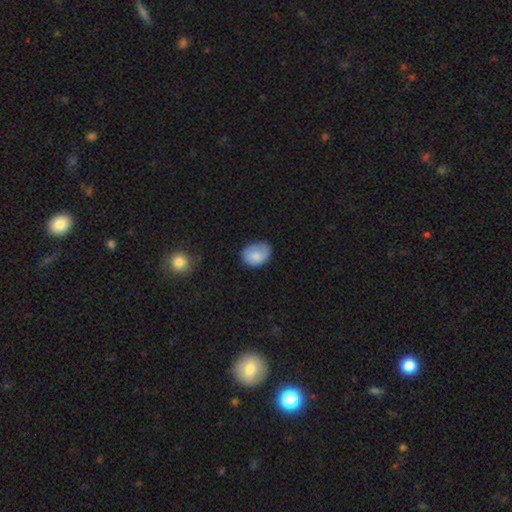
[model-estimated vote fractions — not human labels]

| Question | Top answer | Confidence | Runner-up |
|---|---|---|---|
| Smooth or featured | smooth | 82% | featured or disk (11%) |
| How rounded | in between | 72% | round (27%) |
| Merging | none | 66% | minor disturbance (27%) |